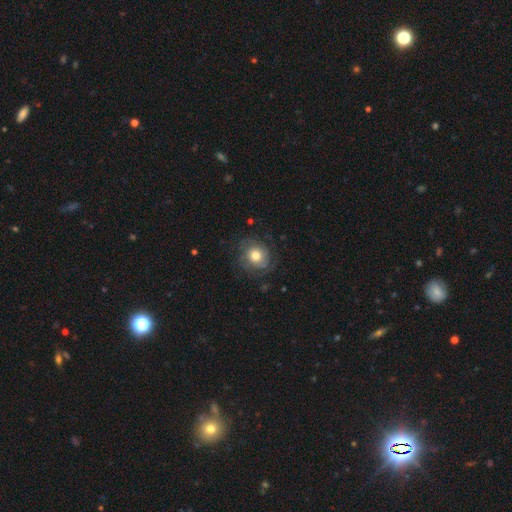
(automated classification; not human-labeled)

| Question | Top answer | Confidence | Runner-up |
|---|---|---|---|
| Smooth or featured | featured or disk | 53% | smooth (38%) |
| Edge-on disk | no | 97% | yes (3%) |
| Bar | no | 84% | weak (13%) |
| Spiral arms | yes | 83% | no (17%) |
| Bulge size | moderate | 63% | large (26%) |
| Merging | none | 72% | minor disturbance (17%) |